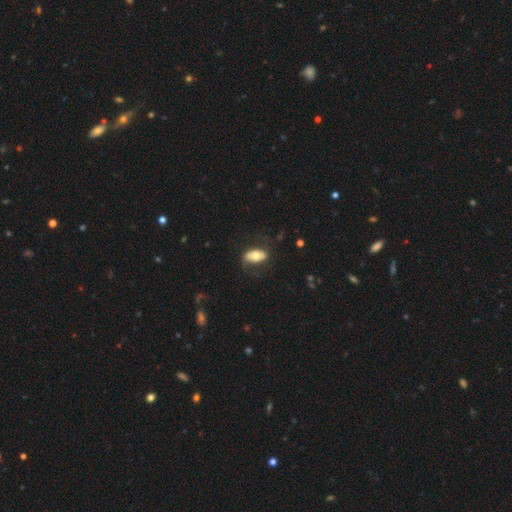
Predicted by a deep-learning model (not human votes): Morphology: type=smooth (53%); roundness=in between (90%); merging=none (69%).